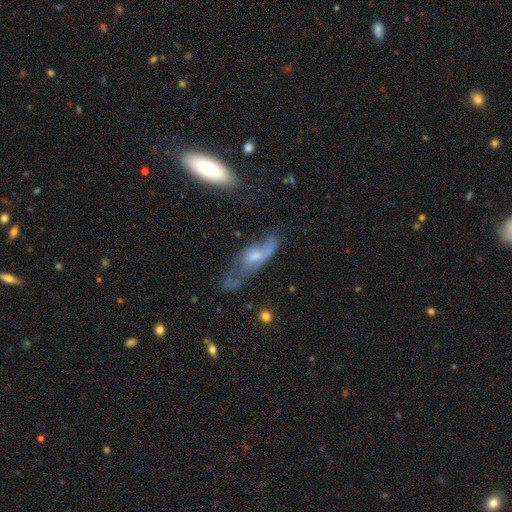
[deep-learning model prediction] The model was most divided on "bulge size": moderate: 48%, small: 38%, none: 7%, large: 6%, dominant: 1%. Remaining: edge-on disk — no (78%); bar — no (65%); spiral arms — yes (65%); smooth or featured — featured or disk (64%); merging — none (42%).